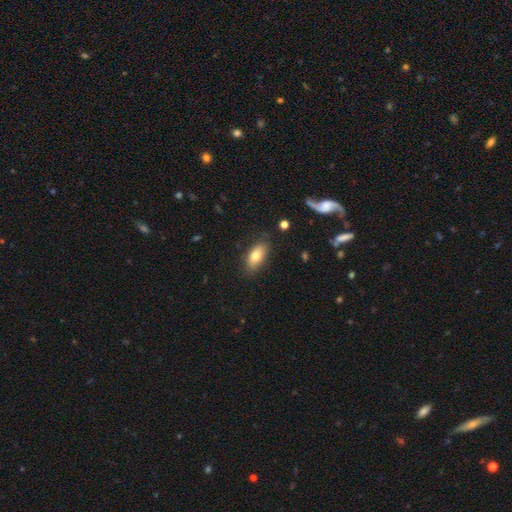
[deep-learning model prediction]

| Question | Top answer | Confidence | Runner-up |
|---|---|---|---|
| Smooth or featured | smooth | 77% | featured or disk (16%) |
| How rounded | in between | 88% | cigar-shaped (7%) |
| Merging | none | 82% | minor disturbance (14%) |